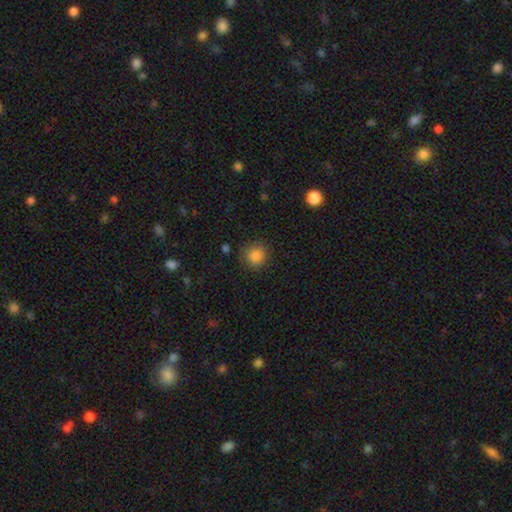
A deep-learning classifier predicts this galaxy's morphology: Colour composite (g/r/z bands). It shows a smooth galaxy with no disk features (85%) that is round (87%). Merging: none (84%).